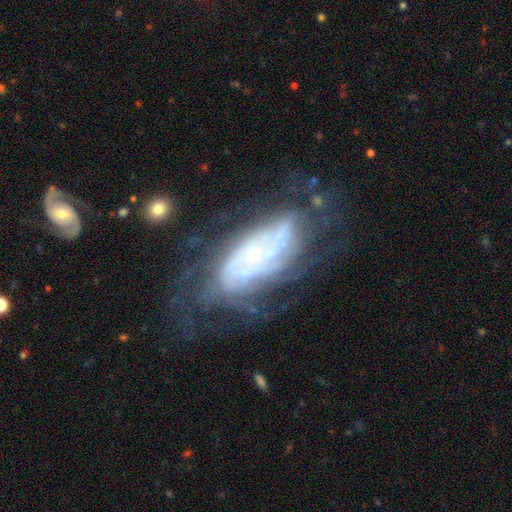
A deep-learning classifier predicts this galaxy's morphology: Q: Smooth or featured?
A: featured or disk (80%); runner-up: smooth (12%)
Q: Edge-on disk?
A: no (91%); runner-up: yes (9%)
Q: Bar?
A: no (69%); runner-up: weak (22%)
Q: Spiral arms?
A: yes (89%); runner-up: no (11%)
Q: Spiral winding?
A: tight (67%); runner-up: medium (25%)
Q: Spiral arm count?
A: can't tell (51%); runner-up: 2 (14%)
Q: Bulge size?
A: small (77%); runner-up: moderate (14%)
Q: Merging?
A: none (59%); runner-up: minor disturbance (21%)